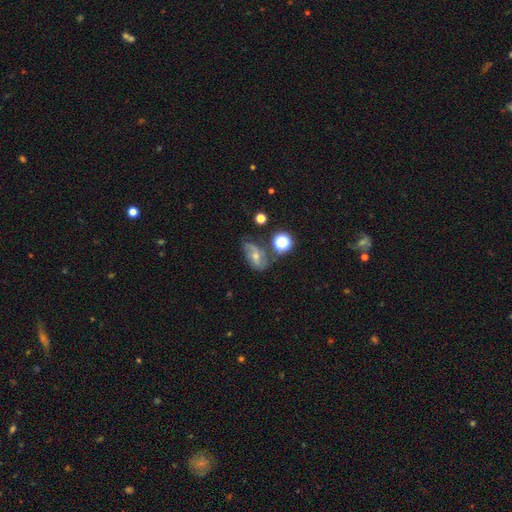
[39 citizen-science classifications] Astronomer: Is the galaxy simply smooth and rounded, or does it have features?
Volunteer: featured or disk — 59%.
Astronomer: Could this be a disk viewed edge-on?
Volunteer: no — 100%.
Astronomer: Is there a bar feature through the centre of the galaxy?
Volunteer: weak — 43% (runner-up: no, 35%).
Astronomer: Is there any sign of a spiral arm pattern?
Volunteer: yes — 96%.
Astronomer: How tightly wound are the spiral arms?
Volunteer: loose — 59%.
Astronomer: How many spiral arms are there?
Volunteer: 2 — 82%.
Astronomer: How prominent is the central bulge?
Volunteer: moderate — 52% (runner-up: small, 43%).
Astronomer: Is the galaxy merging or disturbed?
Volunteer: none — 39% (runner-up: minor disturbance, 28%).